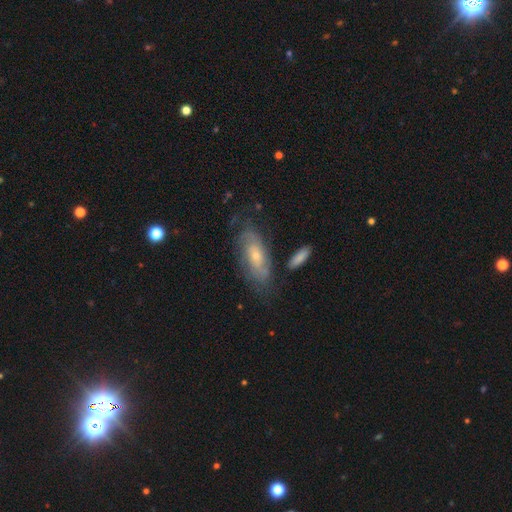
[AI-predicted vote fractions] Q: Smooth or featured?
A: featured or disk (64%); runner-up: smooth (28%)
Q: Edge-on disk?
A: no (87%); runner-up: yes (13%)
Q: Bar?
A: no (73%); runner-up: weak (23%)
Q: Spiral arms?
A: yes (82%); runner-up: no (18%)
Q: Bulge size?
A: small (59%); runner-up: moderate (35%)
Q: Merging?
A: none (66%); runner-up: minor disturbance (21%)